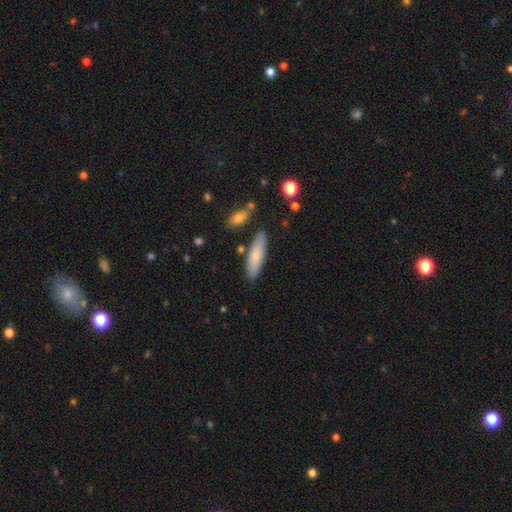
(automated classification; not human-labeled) This appears to be a smooth galaxy with no disk features (76%) that is cigar-shaped (62%). Merging: none (84%).